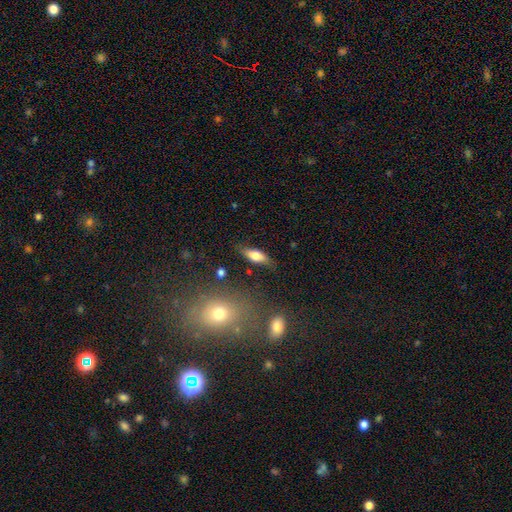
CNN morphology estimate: This is likely a smooth galaxy (65%). How rounded: likely in between (63%). Merging: likely none (79%).